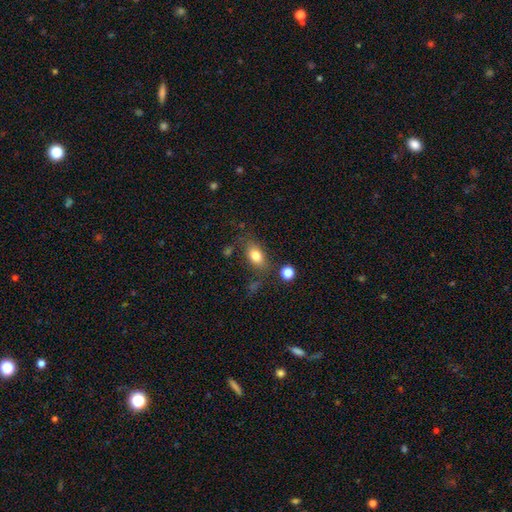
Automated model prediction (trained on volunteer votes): This appears to be a smooth galaxy with no disk features (79%) that is in between round and cigar-shaped (83%). Merging: none (68%).